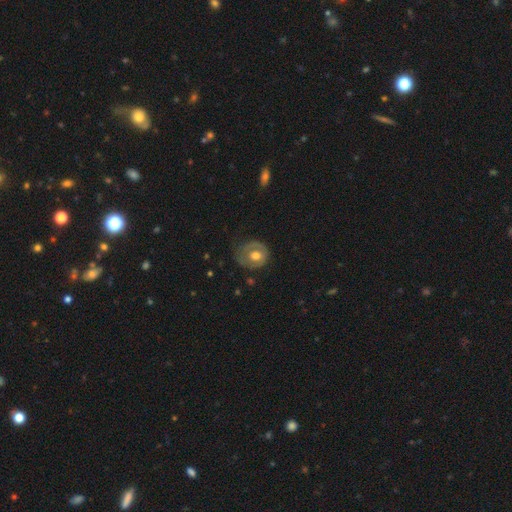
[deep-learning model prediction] Morphology: type=featured or disk (47%); merging=none (59%).